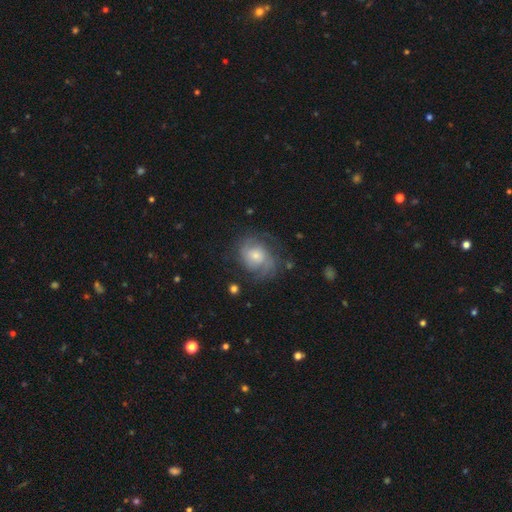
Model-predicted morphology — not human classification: type=featured or disk (69%); edge-on=no (97%); bar=no (71%); spiral arms=yes (89%); winding=medium (42%); arm count=2 (45%); bulge=small (51%); merging=none (61%).